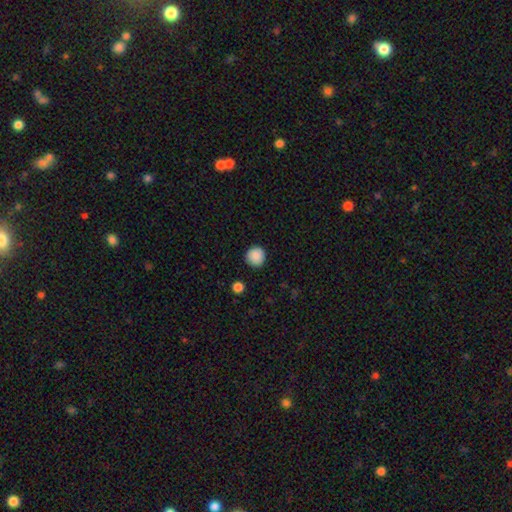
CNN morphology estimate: This is clearly a smooth galaxy (89%). How rounded: clearly round (95%). Merging: clearly none (90%).